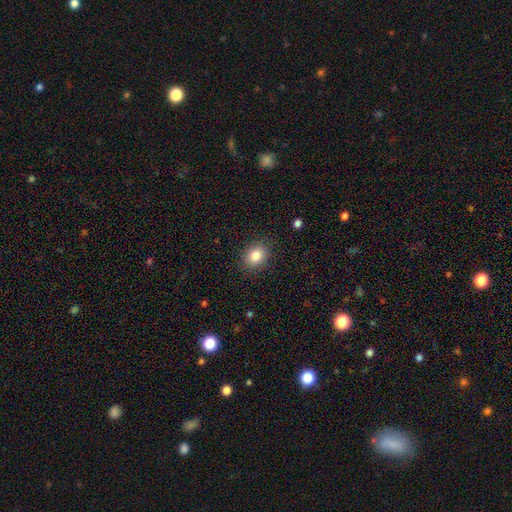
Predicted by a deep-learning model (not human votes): This is clearly a smooth galaxy (84%). How rounded: possibly in between (51%). Merging: clearly none (87%).